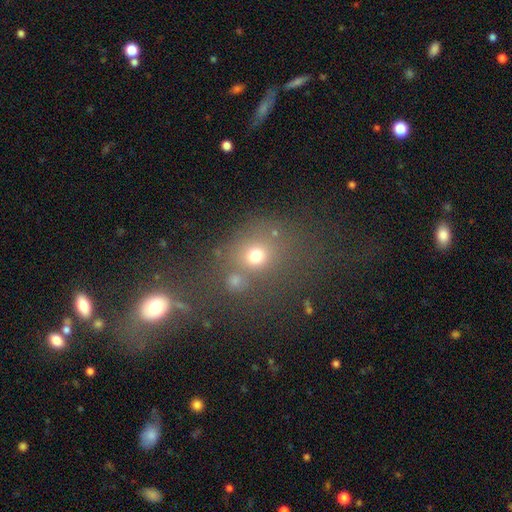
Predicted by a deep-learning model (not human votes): Q: Smooth or featured?
A: smooth (68%); runner-up: star or artifact (21%)
Q: How rounded?
A: round (69%); runner-up: in between (29%)
Q: Merging?
A: none (57%); runner-up: merger (23%)